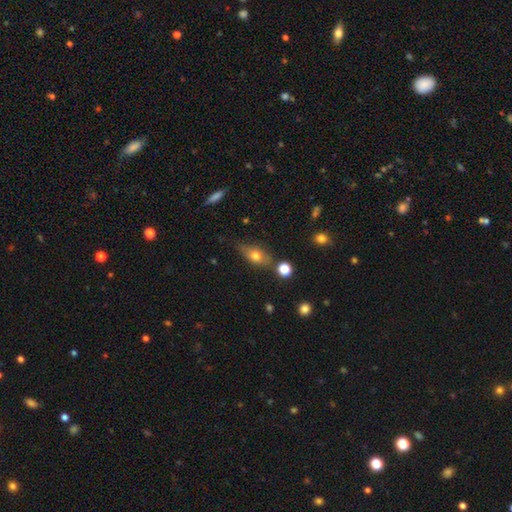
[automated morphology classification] smooth-or-featured: smooth: 64% | featured or disk: 26% | star or artifact: 10%
  how-rounded: in between: 71% | cigar-shaped: 15% | round: 14%
  merging: none: 65% | minor disturbance: 22% | merger: 7% | major disturbance: 6%